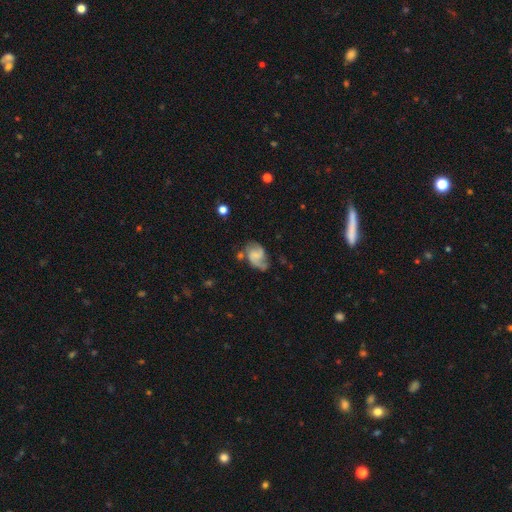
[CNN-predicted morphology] A featured or disk galaxy (68%) with no bar (52%), 2 (80%) medium (46%) spiral arms (90%) and no central bulge (46%). Merging: none (50%).